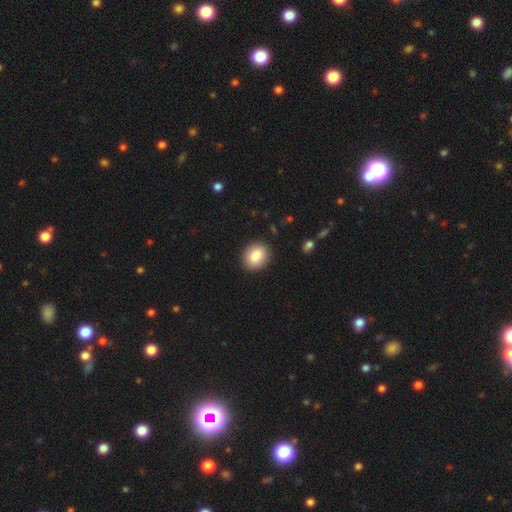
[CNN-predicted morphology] This appears to be a smooth galaxy with no disk features (86%) that is round (62%). Merging: none (90%).